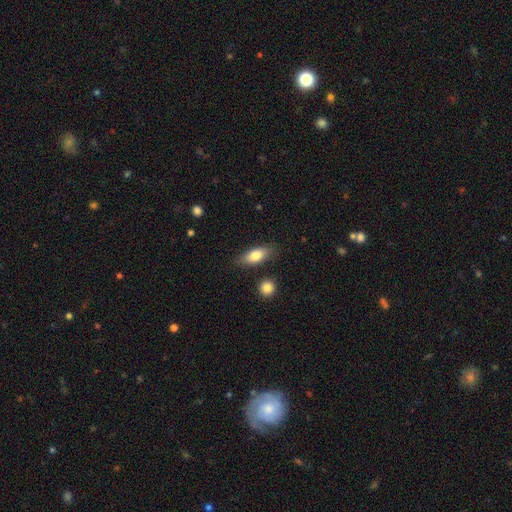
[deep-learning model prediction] This appears to be a smooth galaxy with no disk features (78%) that is in between round and cigar-shaped (77%). Merging: none (80%).